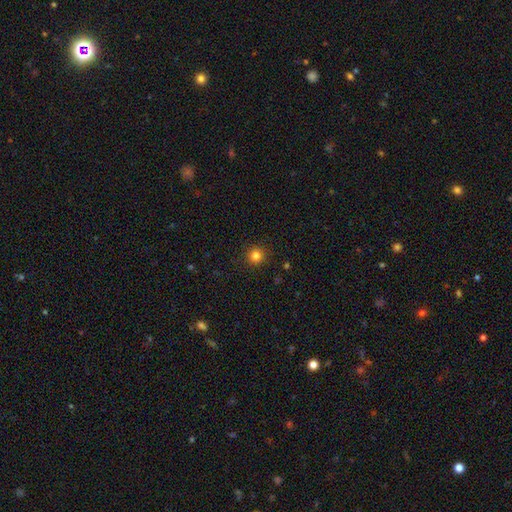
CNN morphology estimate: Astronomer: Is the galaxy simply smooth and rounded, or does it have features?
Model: smooth — 82%.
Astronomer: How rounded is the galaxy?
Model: round — 95%.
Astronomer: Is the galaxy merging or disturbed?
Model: none — 92%.